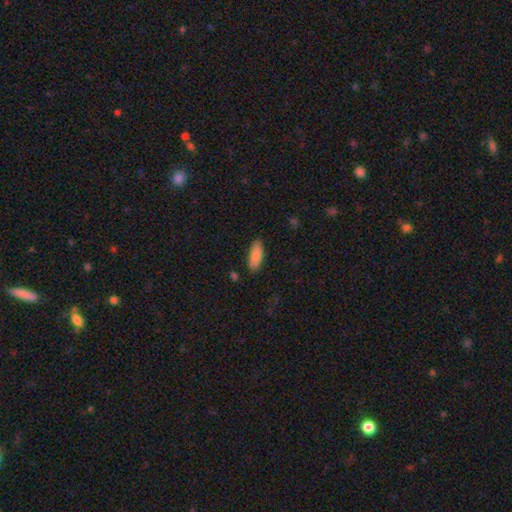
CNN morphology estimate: smooth-or-featured: smooth: 85% | featured or disk: 8% | star or artifact: 6%
  how-rounded: in between: 76% | cigar-shaped: 23% | round: 2%
  merging: none: 85% | minor disturbance: 11% | major disturbance: 2% | merger: 2%